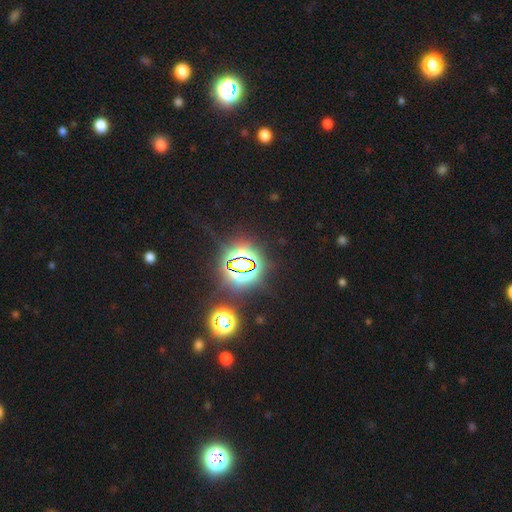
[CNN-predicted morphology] smooth_or_featured: star or artifact (p=0.79) [alt: smooth p=0.14]